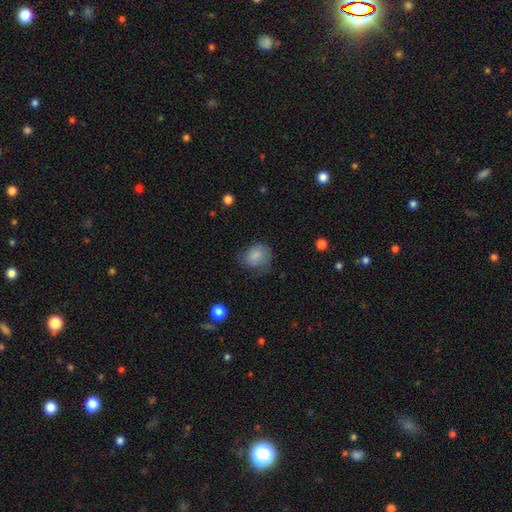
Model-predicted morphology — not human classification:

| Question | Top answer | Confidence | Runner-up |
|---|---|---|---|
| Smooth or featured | smooth | 81% | featured or disk (11%) |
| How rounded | round | 56% | in between (43%) |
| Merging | none | 57% | minor disturbance (28%) |